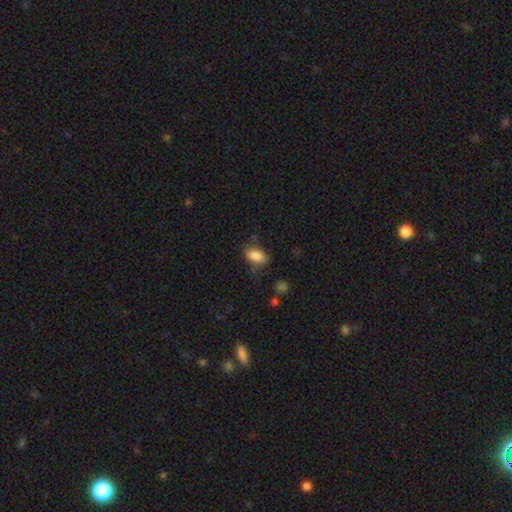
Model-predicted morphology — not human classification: smooth-or-featured: smooth: 87% | star or artifact: 8% | featured or disk: 5%
  how-rounded: in between: 89% | round: 8% | cigar-shaped: 3%
  merging: none: 72% | minor disturbance: 20% | major disturbance: 5% | merger: 3%